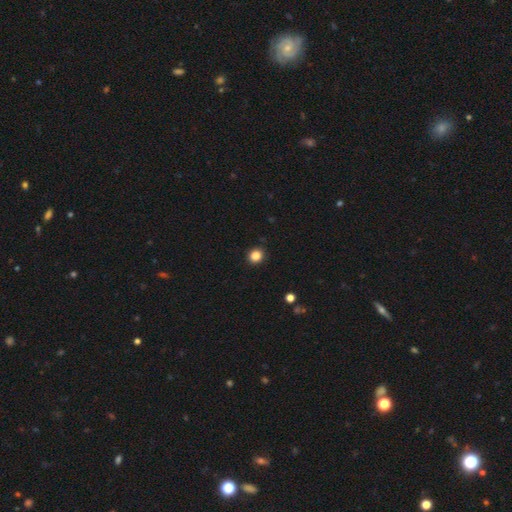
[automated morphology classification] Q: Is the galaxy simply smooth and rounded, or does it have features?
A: smooth — 85%.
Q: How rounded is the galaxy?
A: round — 81%.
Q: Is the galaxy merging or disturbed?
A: none — 92%.